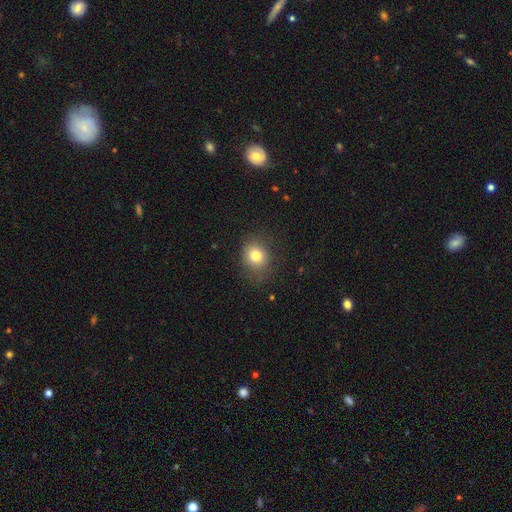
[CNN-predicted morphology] A smooth galaxy with no disk features (79%) that is round (65%).

Vote fractions:
- Smooth or featured? smooth: 79% / star or artifact: 12% / featured or disk: 9%
- How rounded? round: 65% / in between: 34% / cigar-shaped: 1%
- Merging? none: 79% / minor disturbance: 15% / major disturbance: 5% / merger: 1%